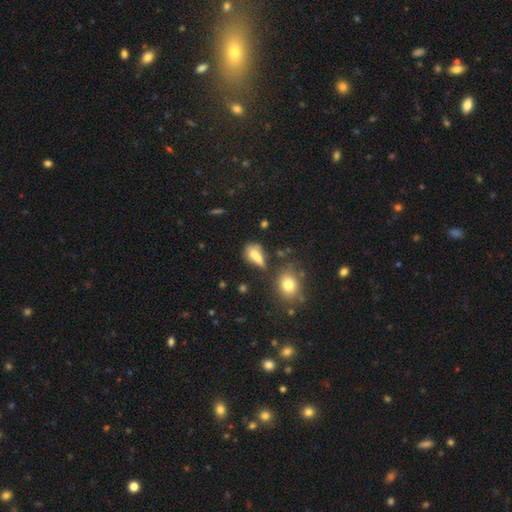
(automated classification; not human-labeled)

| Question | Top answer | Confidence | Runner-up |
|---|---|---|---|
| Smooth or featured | smooth | 67% | featured or disk (20%) |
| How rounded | in between | 64% | round (27%) |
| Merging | merger | 40% | none (35%) |